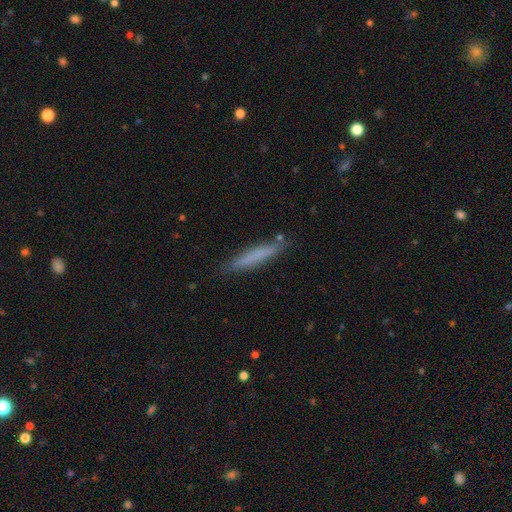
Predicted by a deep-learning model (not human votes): Morphology: type=smooth (73%); roundness=cigar-shaped (93%); merging=none (84%).